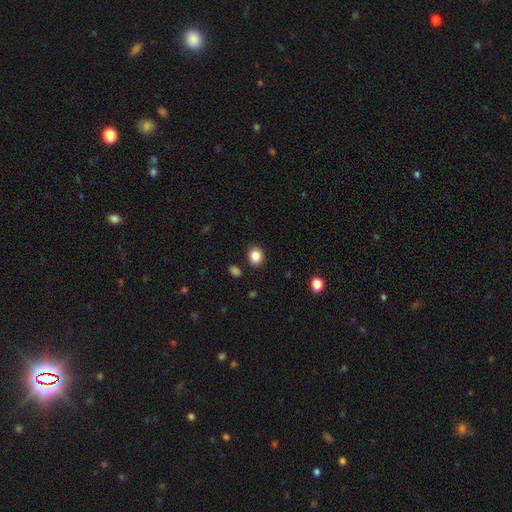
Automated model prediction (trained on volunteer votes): A smooth galaxy with no disk features (86%) that is round (57%).

Vote fractions:
- Smooth or featured? smooth: 86% / star or artifact: 10% / featured or disk: 4%
- How rounded? round: 57% / in between: 42% / cigar-shaped: 1%
- Merging? none: 86% / minor disturbance: 9% / merger: 3% / major disturbance: 3%